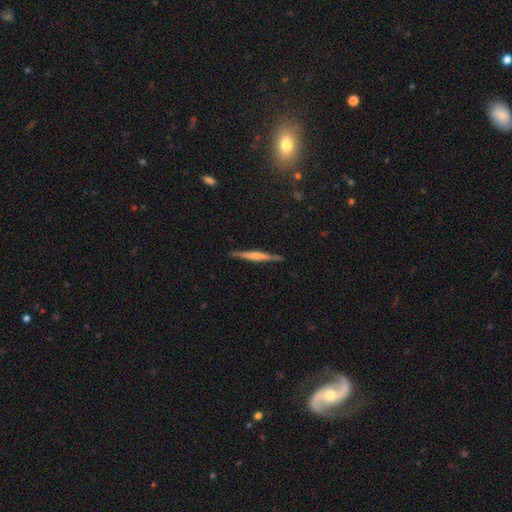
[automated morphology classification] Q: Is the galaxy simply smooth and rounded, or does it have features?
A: featured or disk — 57%.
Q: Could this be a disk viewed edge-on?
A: yes — 97%.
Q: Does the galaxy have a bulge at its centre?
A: rounded — 36%.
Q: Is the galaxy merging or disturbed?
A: none — 87%.